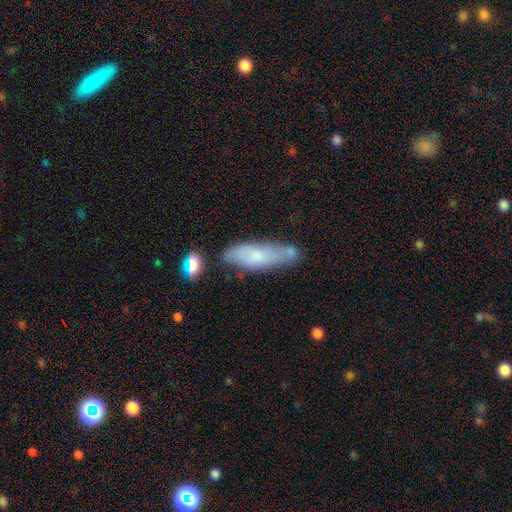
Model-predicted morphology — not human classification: Smooth or featured?
  - smooth: 68% *
  - featured or disk: 26%
  - star or artifact: 7%
How rounded?
  - in between: 50% *
  - cigar-shaped: 48%
  - round: 2%
Merging?
  - none: 52% *
  - minor disturbance: 25%
  - merger: 16%
  - major disturbance: 7%